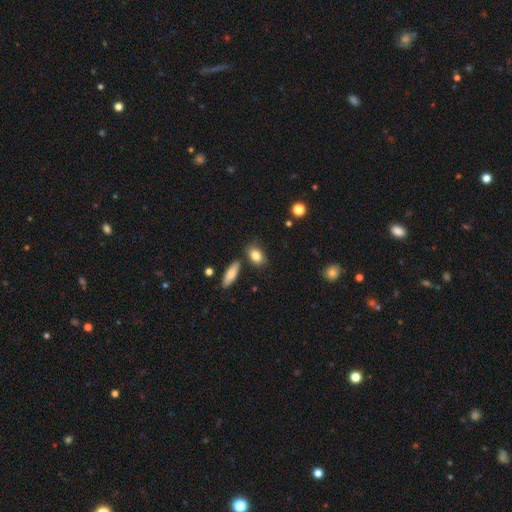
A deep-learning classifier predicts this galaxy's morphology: Smooth or featured: smooth — 84% (featured or disk — 9%)
How rounded: in between — 79% (round — 15%)
Merging: none — 76% (minor disturbance — 14%)